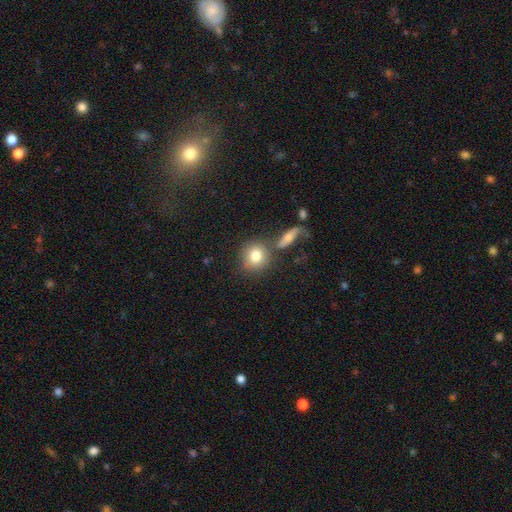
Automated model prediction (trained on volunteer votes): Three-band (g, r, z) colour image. It shows a smooth galaxy with no disk features (80%) that is round (84%). Merging: none (65%).